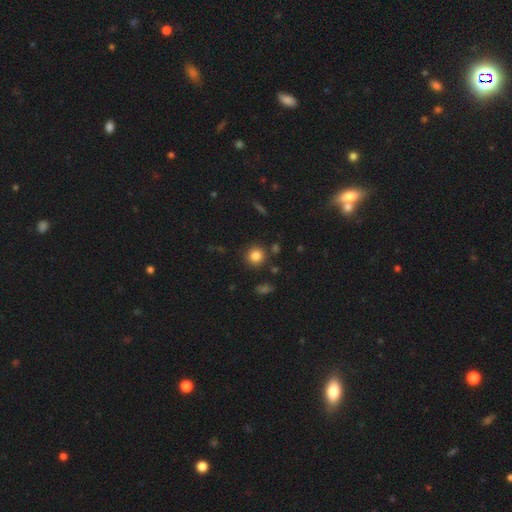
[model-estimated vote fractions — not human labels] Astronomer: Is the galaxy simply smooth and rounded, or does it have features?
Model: smooth — 84%.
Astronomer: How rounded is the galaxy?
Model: round — 91%.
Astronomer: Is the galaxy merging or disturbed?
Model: none — 86%.